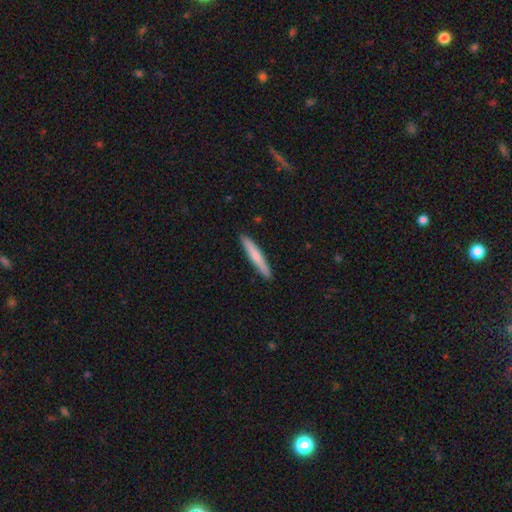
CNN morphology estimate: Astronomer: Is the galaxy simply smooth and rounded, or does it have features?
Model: smooth — 64%.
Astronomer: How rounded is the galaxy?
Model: cigar-shaped — 95%.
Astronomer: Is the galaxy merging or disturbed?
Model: none — 91%.